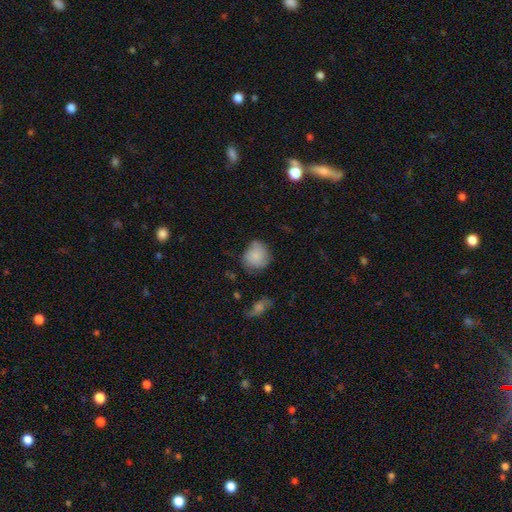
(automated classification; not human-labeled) Smooth or featured?
  - smooth: 81% *
  - featured or disk: 12%
  - star or artifact: 7%
How rounded?
  - round: 78% *
  - in between: 21%
  - cigar-shaped: 1%
Merging?
  - none: 60% *
  - minor disturbance: 30%
  - major disturbance: 7%
  - merger: 3%